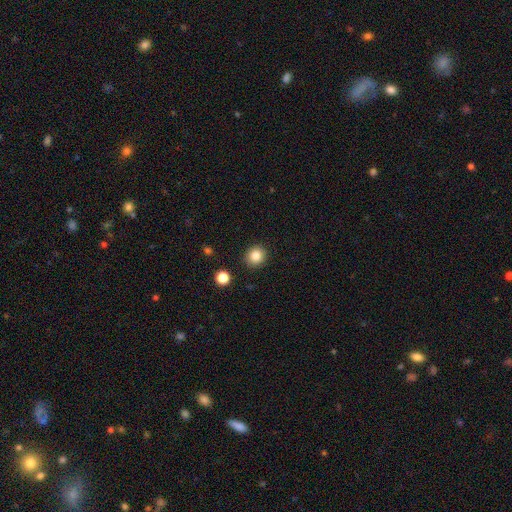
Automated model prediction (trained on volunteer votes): smooth 84%, star or artifact 11%, featured or disk 5%. Down the decision tree: how rounded — round (85%); merging — none (90%).